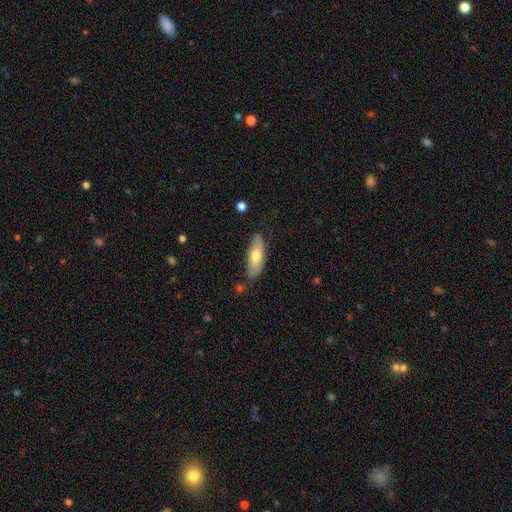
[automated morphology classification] A smooth galaxy with no disk features (64%) that is in between round and cigar-shaped (64%). Merging: none (74%).